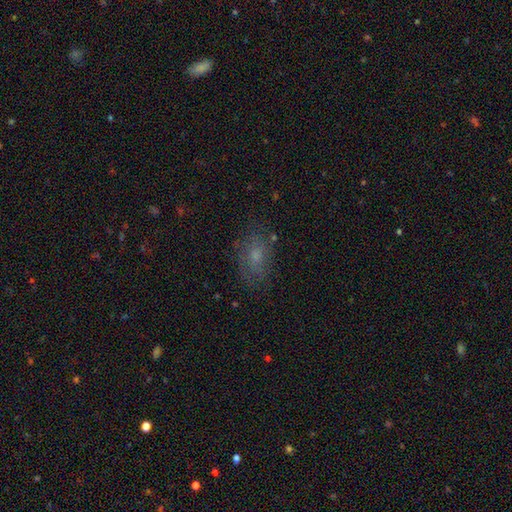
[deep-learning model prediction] A smooth galaxy with no disk features (55%) that is in between round and cigar-shaped (79%). Merging: none (71%).